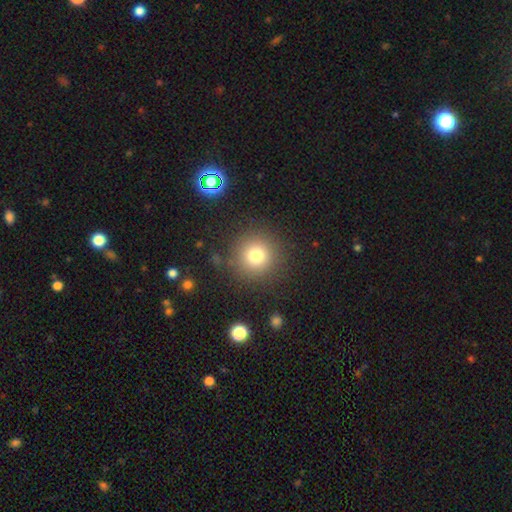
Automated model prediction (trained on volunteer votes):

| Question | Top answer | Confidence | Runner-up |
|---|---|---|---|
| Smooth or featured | smooth | 77% | star or artifact (14%) |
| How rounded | round | 94% | in between (5%) |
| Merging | none | 86% | minor disturbance (8%) |